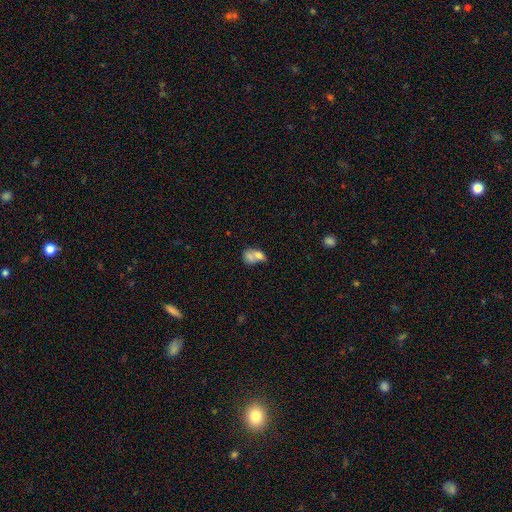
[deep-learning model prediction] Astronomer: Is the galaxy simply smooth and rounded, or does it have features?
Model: smooth — 71%.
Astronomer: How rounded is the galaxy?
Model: in between — 71%.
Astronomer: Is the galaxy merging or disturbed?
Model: merger — 67%.